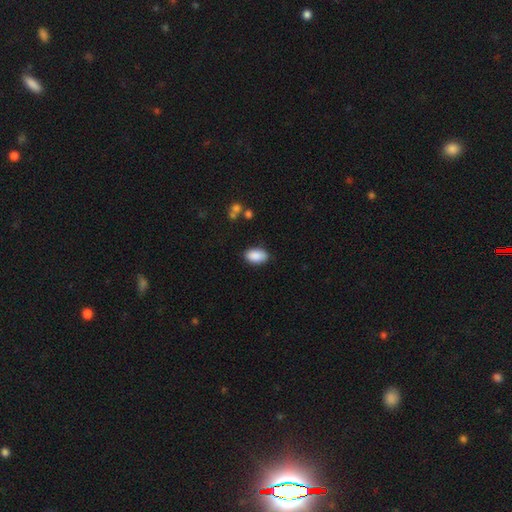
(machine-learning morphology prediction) smooth-or-featured: smooth: 90% | star or artifact: 6% | featured or disk: 4%
  how-rounded: in between: 93% | round: 5% | cigar-shaped: 2%
  merging: none: 85% | minor disturbance: 11% | major disturbance: 2% | merger: 1%